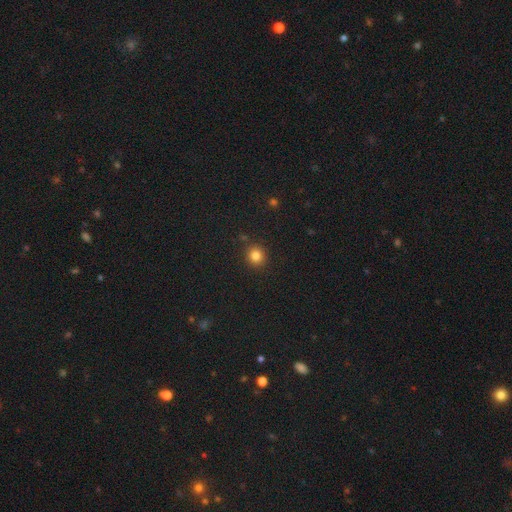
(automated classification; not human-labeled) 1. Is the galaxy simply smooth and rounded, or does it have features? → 83% smooth, 13% star or artifact, 5% featured or disk.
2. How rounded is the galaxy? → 89% round, 10% in between, 1% cigar-shaped.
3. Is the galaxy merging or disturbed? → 89% none, 7% minor disturbance, 2% merger, 2% major disturbance.